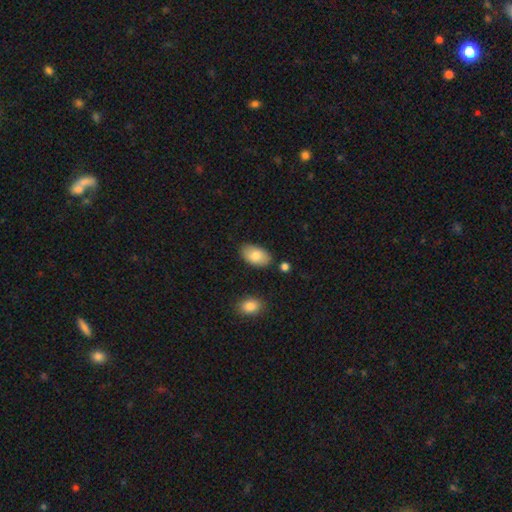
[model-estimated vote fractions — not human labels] Smooth or featured?
  - smooth: 82% *
  - featured or disk: 12%
  - star or artifact: 6%
How rounded?
  - in between: 94% *
  - round: 5%
  - cigar-shaped: 1%
Merging?
  - none: 82% *
  - minor disturbance: 12%
  - merger: 3%
  - major disturbance: 2%